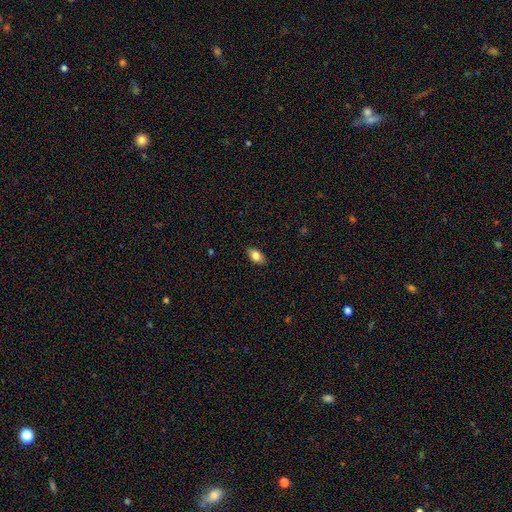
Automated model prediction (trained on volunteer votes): Smooth or featured? smooth (81%)
How rounded? in between (89%)
Merging? none (85%)